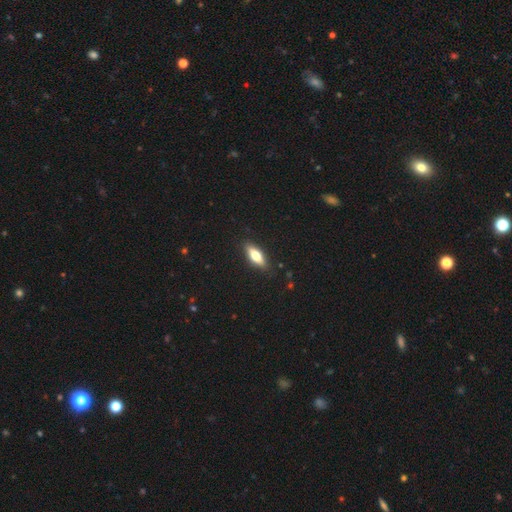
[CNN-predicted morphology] A smooth galaxy with no disk features (66%) that is in between round and cigar-shaped (63%). Merging: none (88%).